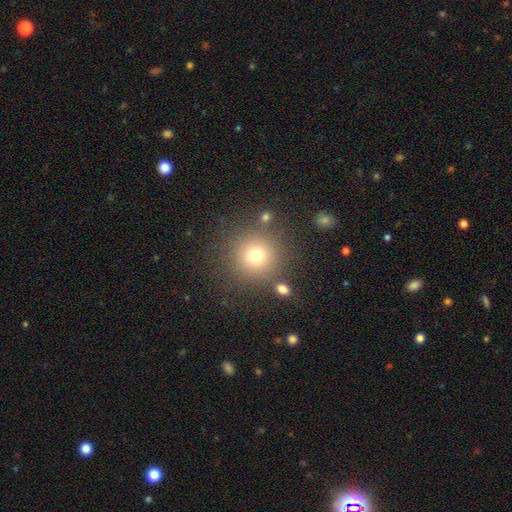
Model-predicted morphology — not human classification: type=smooth (74%); roundness=round (93%); merging=none (82%).